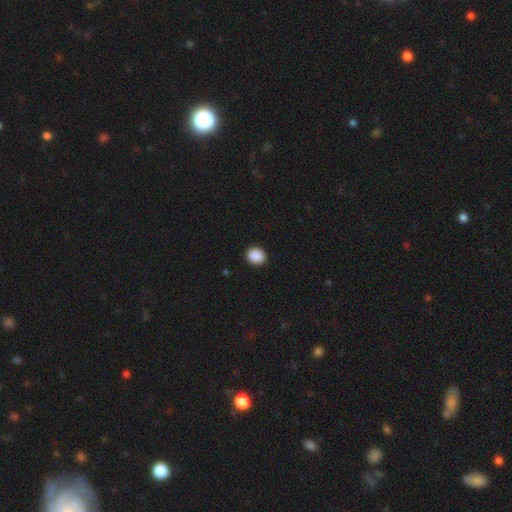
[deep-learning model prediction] This is clearly a smooth galaxy (90%). How rounded: likely round (70%). Merging: clearly none (91%).